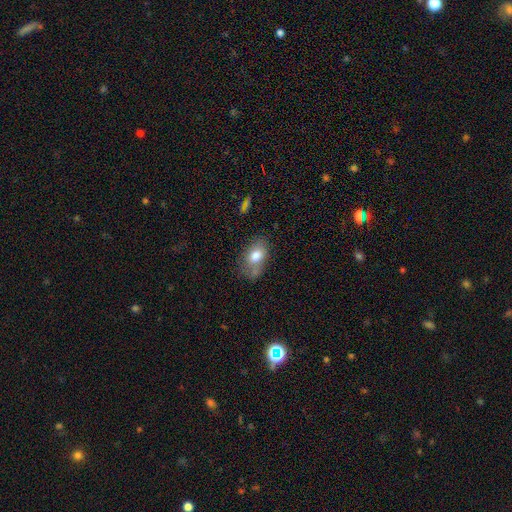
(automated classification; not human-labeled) smooth_or_featured: smooth (p=0.76) [alt: featured or disk p=0.16]
how_rounded: in between (p=0.86) [alt: round p=0.13]
merging: none (p=0.51) [alt: minor disturbance p=0.27]